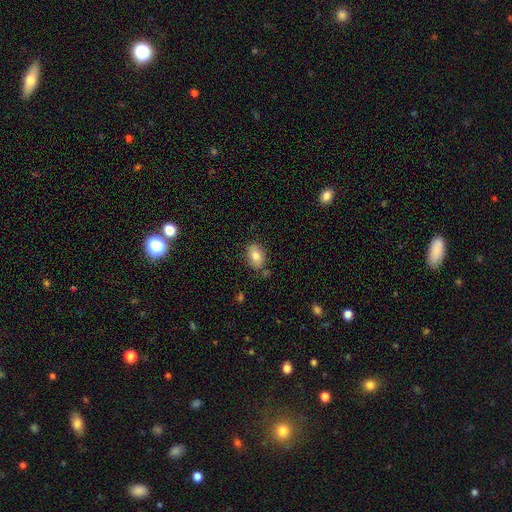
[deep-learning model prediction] smooth-or-featured: smooth: 80% | featured or disk: 12% | star or artifact: 8%
  how-rounded: in between: 74% | round: 24% | cigar-shaped: 1%
  merging: none: 79% | minor disturbance: 14% | merger: 4% | major disturbance: 3%